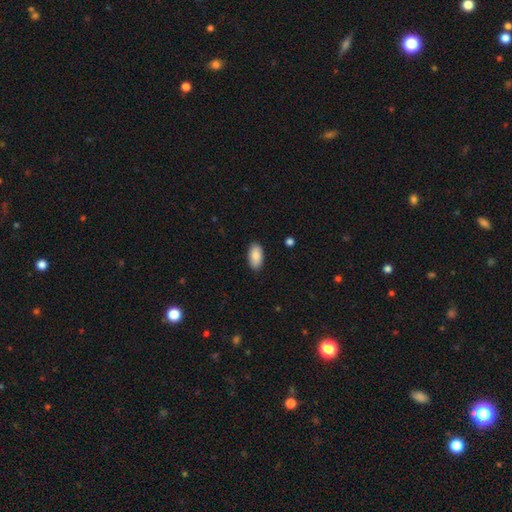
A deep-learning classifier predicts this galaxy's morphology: A smooth galaxy with no disk features (87%) that is in between round and cigar-shaped (95%).

Vote fractions:
- Smooth or featured? smooth: 87% / featured or disk: 7% / star or artifact: 6%
- How rounded? in between: 95% / cigar-shaped: 3% / round: 3%
- Merging? none: 88% / minor disturbance: 9% / major disturbance: 2% / merger: 1%